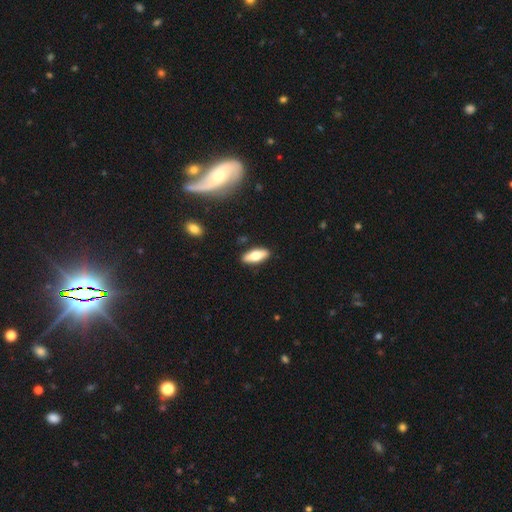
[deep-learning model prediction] This is likely a smooth galaxy (67%). How rounded: likely in between (68%). Merging: clearly none (88%).